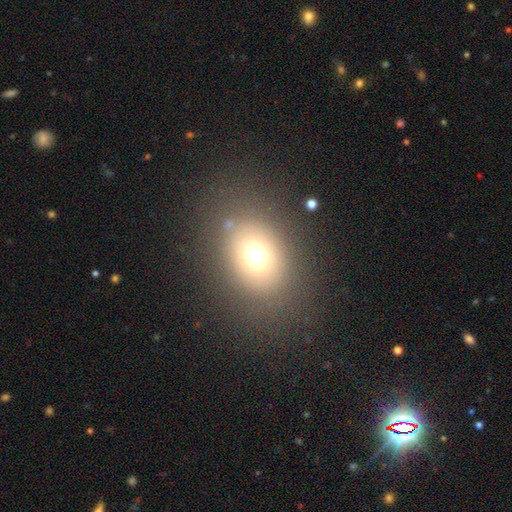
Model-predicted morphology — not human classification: Smooth or featured? Predicted: smooth (p=0.69). How rounded? Predicted: in between (p=0.56). Merging? Predicted: none (p=0.82).